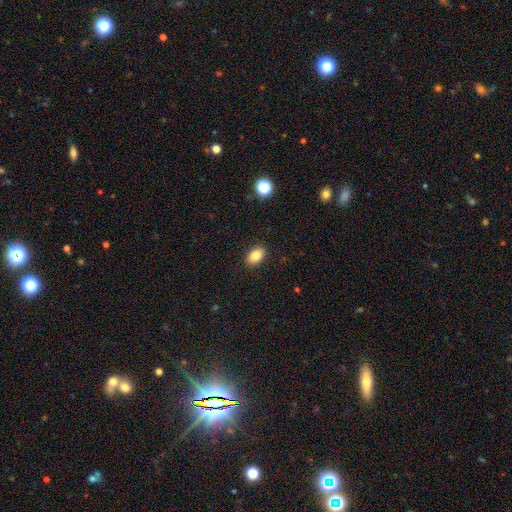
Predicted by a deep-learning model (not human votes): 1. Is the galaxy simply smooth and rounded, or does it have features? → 83% smooth, 9% star or artifact, 8% featured or disk.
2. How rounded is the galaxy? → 87% in between, 12% round, 1% cigar-shaped.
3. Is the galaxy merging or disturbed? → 89% none, 8% minor disturbance, 2% major disturbance, 1% merger.